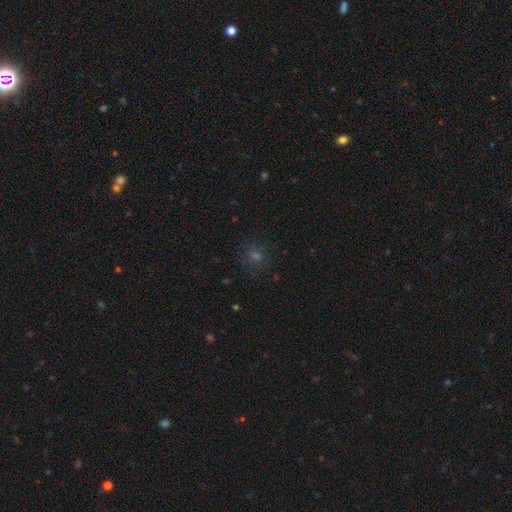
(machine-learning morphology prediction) A smooth galaxy with no disk features (49%).

Vote fractions:
- Smooth or featured? smooth: 49% / star or artifact: 37% / featured or disk: 14%
- Merging? none: 82% / minor disturbance: 11% / major disturbance: 5% / merger: 2%